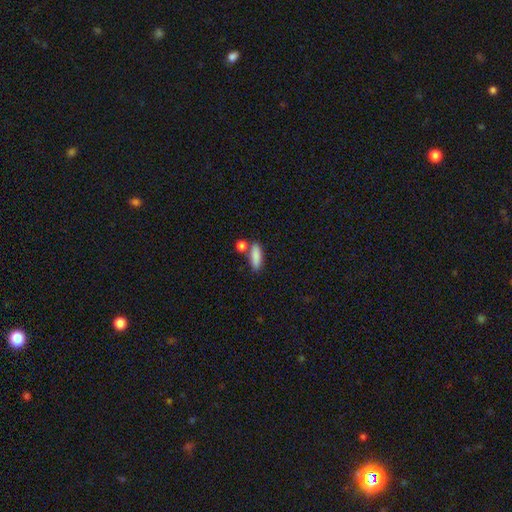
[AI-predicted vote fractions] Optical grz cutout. It shows a smooth galaxy with no disk features (87%) that is in between round and cigar-shaped (64%). Merging: none (65%).